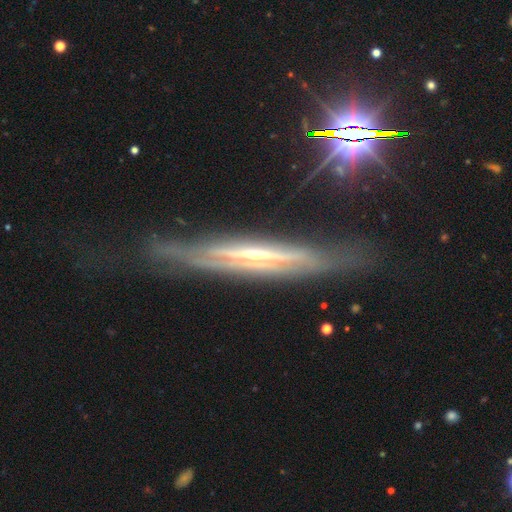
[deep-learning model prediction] This is clearly a featured or disk galaxy (80%). It is clearly viewed edge-on (84%). Edge-on bulge: possibly rounded (59%). Merging: likely none (68%).